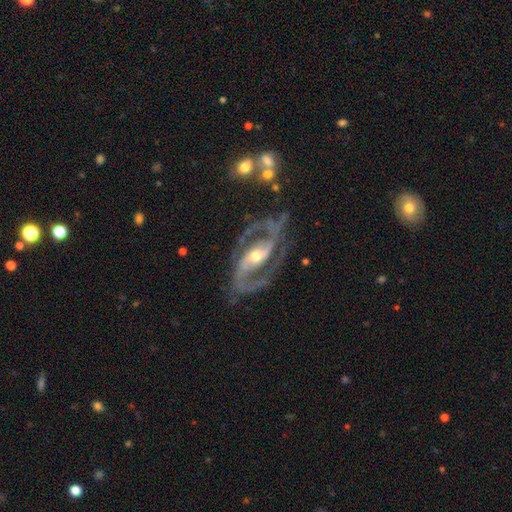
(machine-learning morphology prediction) This appears to be a featured or disk galaxy (92%) with a strong bar (42%), 2 (89%) medium (57%) spiral arms (98%) and a moderate central bulge (58%). Merging: none (72%).